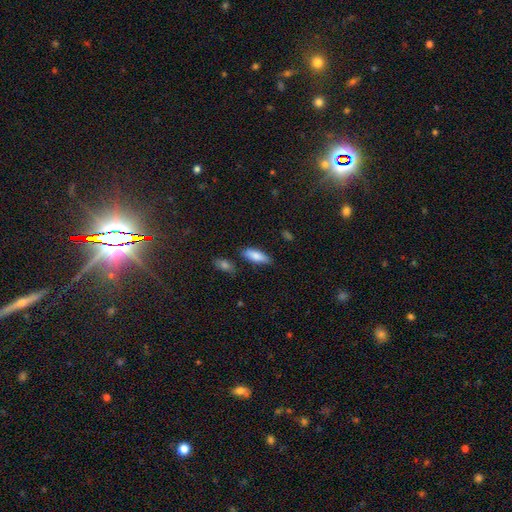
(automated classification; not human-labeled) Smooth or featured: smooth — 83% (featured or disk — 11%)
How rounded: in between — 67% (cigar-shaped — 31%)
Merging: none — 78% (minor disturbance — 14%)